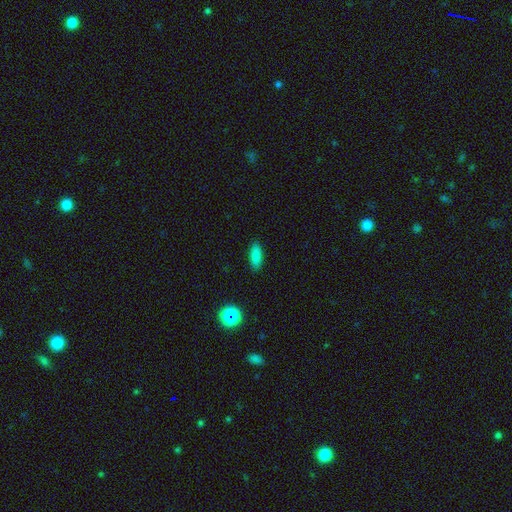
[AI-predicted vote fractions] This appears to be a smooth galaxy with no disk features (85%) that is in between round and cigar-shaped (78%). Merging: none (88%).